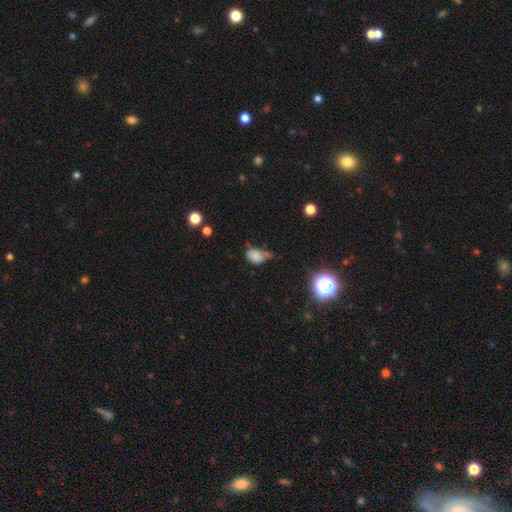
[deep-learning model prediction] Smooth or featured?
  - smooth: 76% *
  - star or artifact: 13%
  - featured or disk: 11%
How rounded?
  - in between: 72% *
  - round: 26%
  - cigar-shaped: 2%
Merging?
  - minor disturbance: 44% *
  - none: 29%
  - major disturbance: 19%
  - merger: 8%